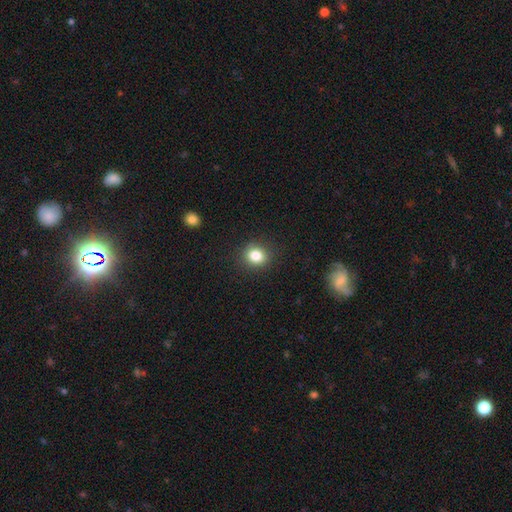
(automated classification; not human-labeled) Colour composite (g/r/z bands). It shows a smooth galaxy with no disk features (83%) that is round (71%). Merging: none (89%).